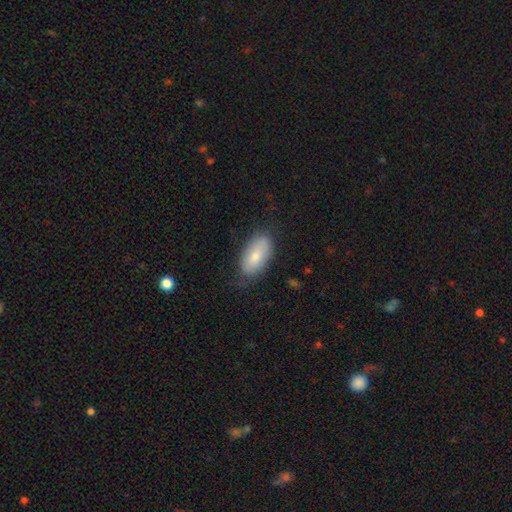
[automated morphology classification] smooth_or_featured: smooth (p=0.78) [alt: featured or disk p=0.16]
how_rounded: in between (p=0.94) [alt: cigar-shaped p=0.04]
merging: none (p=0.72) [alt: minor disturbance p=0.21]